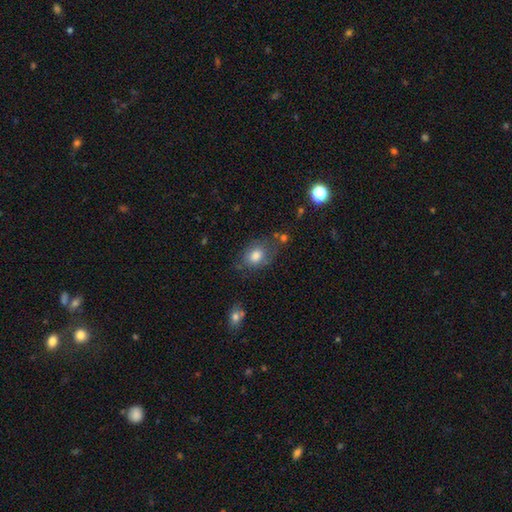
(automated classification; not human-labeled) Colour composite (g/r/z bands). It shows a smooth galaxy with no disk features (77%) that is in between round and cigar-shaped (65%). Merging: none (57%).